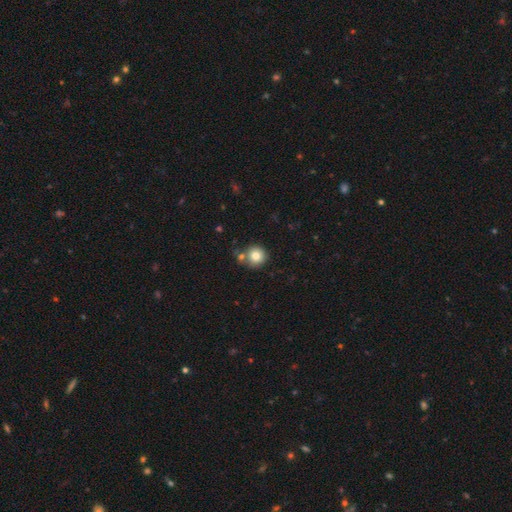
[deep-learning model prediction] Smooth or featured: smooth — 79% (star or artifact — 10%)
How rounded: round — 93% (in between — 6%)
Merging: none — 69% (merger — 16%)